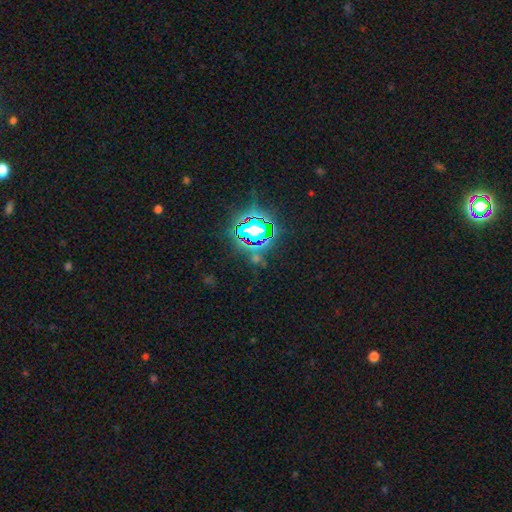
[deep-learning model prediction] Q: Smooth or featured?
A: star or artifact (76%); runner-up: smooth (14%)